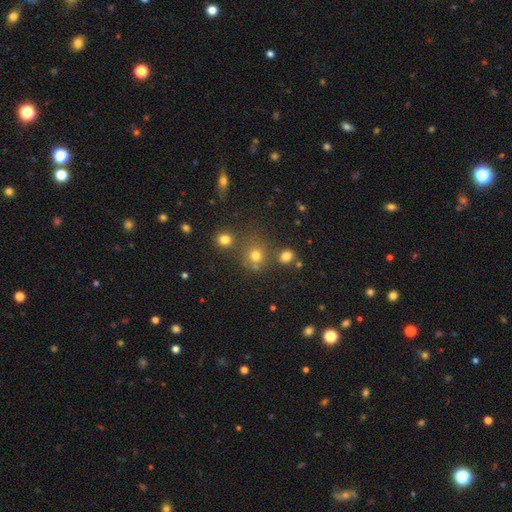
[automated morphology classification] Smooth or featured? Predicted: smooth (p=0.72). How rounded? Predicted: round (p=0.87). Merging? Predicted: none (p=0.67).